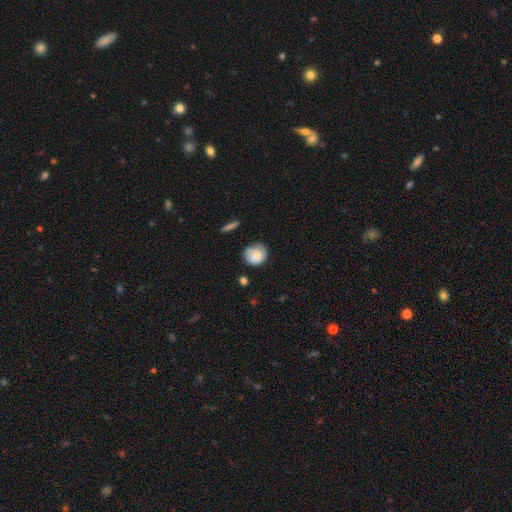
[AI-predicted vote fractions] This is clearly a smooth galaxy (82%). How rounded: clearly round (82%). Merging: likely none (67%).